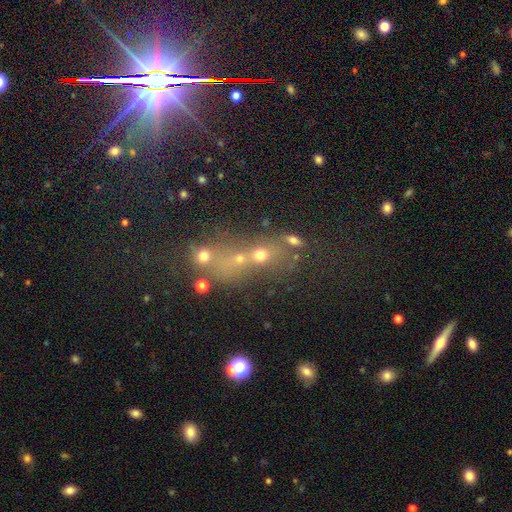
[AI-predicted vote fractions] The model was most divided on "smooth or featured": smooth: 42%, star or artifact: 38%, featured or disk: 20%. Remaining: merging — merger (49%).